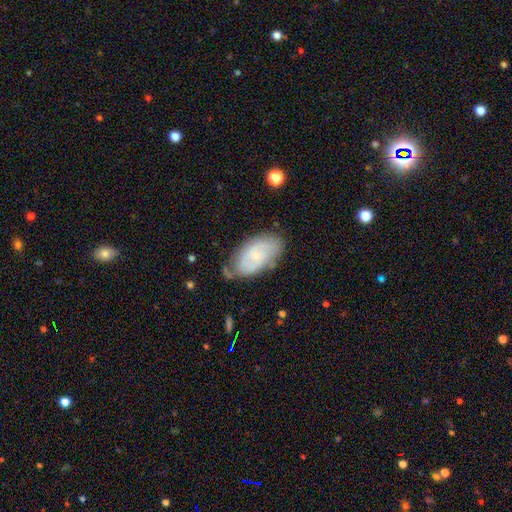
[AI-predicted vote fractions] Smooth or featured?
  - featured or disk: 50% *
  - smooth: 43%
  - star or artifact: 7%
Merging?
  - none: 59% *
  - minor disturbance: 28%
  - major disturbance: 8%
  - merger: 5%